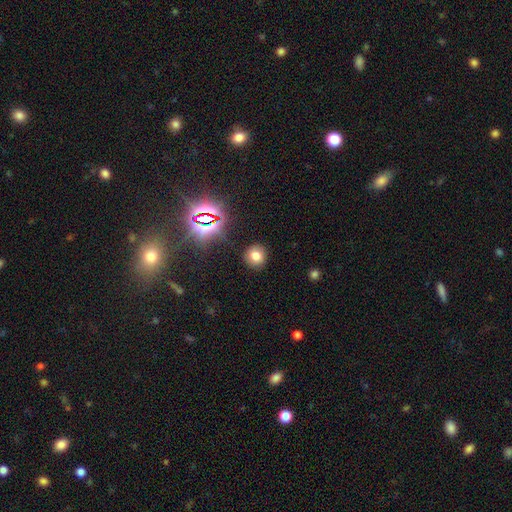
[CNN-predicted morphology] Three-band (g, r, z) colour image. It shows a smooth galaxy with no disk features (73%) that is round (88%). Merging: none (88%).